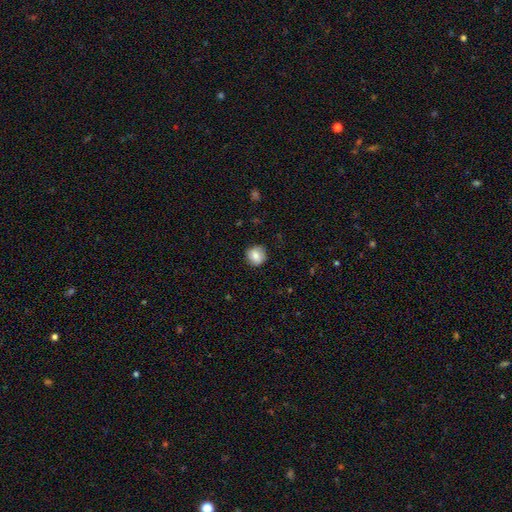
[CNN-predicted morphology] Smooth or featured? Predicted: smooth (p=0.79). How rounded? Predicted: round (p=0.90). Merging? Predicted: none (p=0.87).